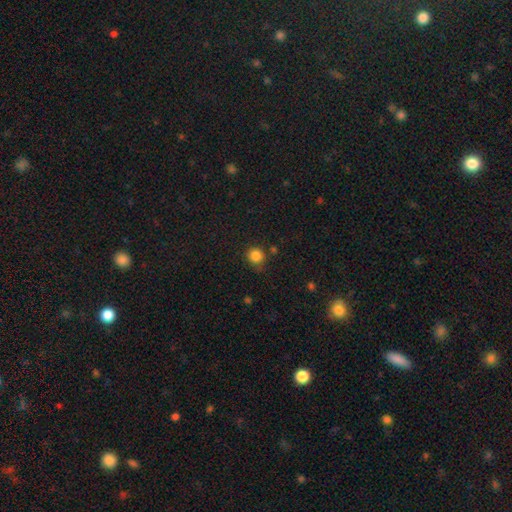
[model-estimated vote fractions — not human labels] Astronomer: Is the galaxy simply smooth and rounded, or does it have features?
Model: smooth — 85%.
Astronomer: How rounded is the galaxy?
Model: round — 91%.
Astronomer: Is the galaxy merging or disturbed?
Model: none — 77%.